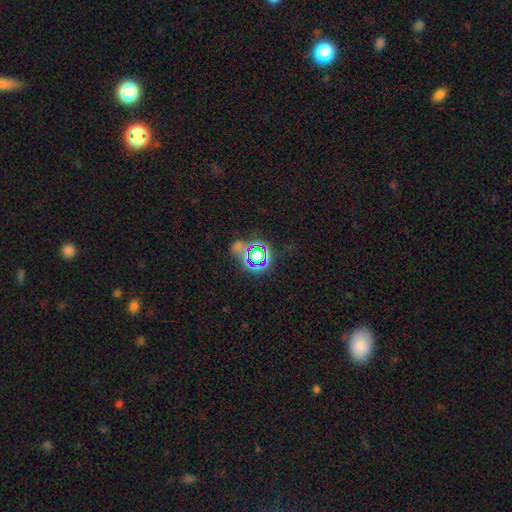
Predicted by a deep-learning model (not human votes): Smooth or featured? Predicted: star or artifact (p=0.71).